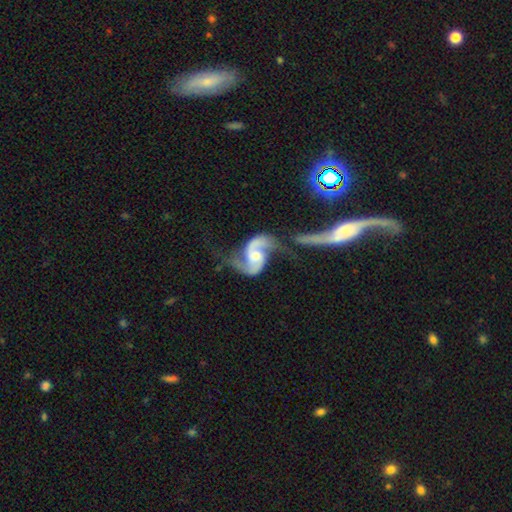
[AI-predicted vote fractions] This appears to be a featured or disk galaxy (91%) with no bar (51%), 2 (93%) loose (50%) spiral arms (97%) and a moderate central bulge (63%). Merging: none (45%).